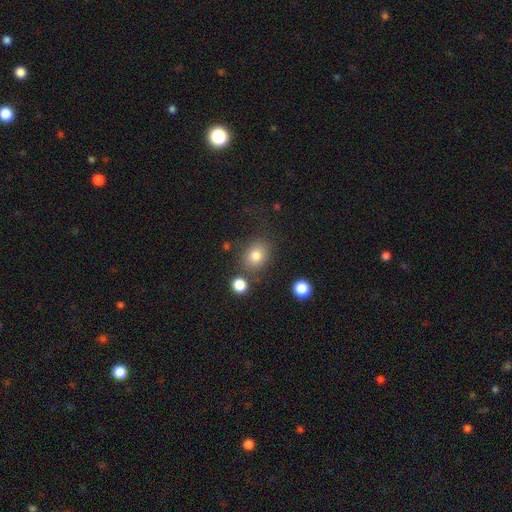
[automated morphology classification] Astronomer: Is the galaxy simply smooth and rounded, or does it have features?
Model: smooth — 80%.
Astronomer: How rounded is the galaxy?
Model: in between — 50% (runner-up: round, 49%).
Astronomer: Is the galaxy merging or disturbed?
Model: none — 75%.